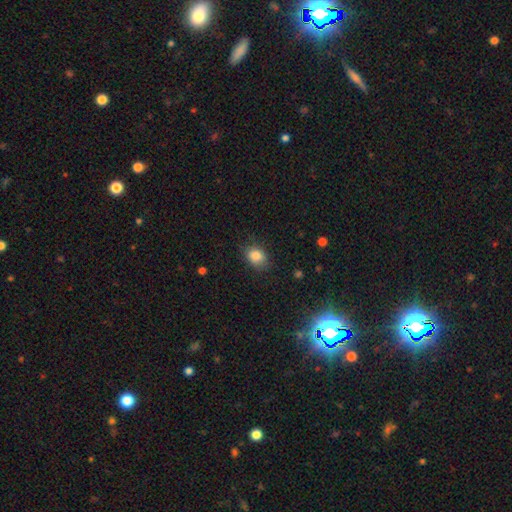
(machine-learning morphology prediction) smooth_or_featured: smooth (p=0.85) [alt: star or artifact p=0.10]
how_rounded: in between (p=0.63) [alt: round p=0.36]
merging: none (p=0.78) [alt: minor disturbance p=0.17]